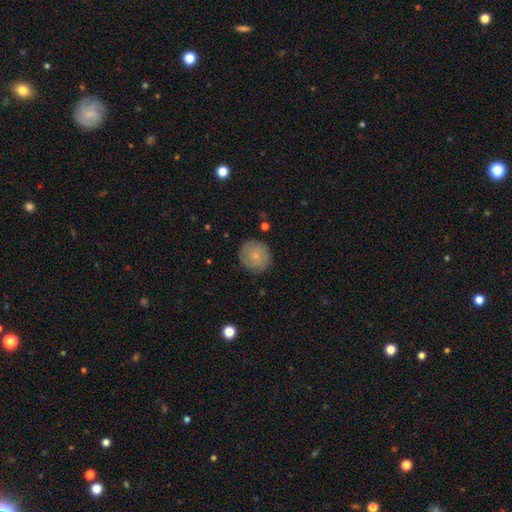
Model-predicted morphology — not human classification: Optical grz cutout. It shows a smooth galaxy with no disk features (75%) that is round (91%). Merging: none (86%).